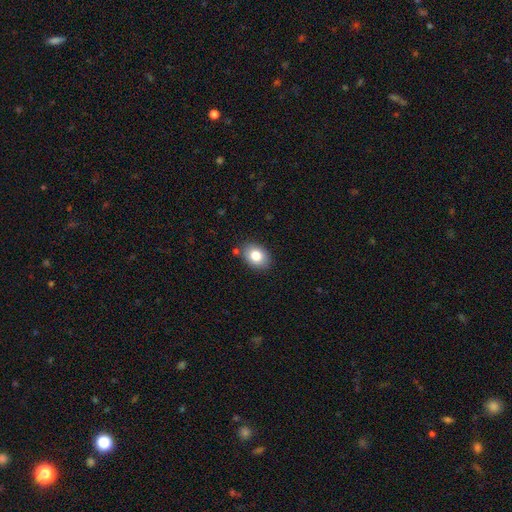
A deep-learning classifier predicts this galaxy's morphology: smooth 80%, featured or disk 11%, star or artifact 9%. Down the decision tree: how rounded — in between (69%); merging — none (84%).